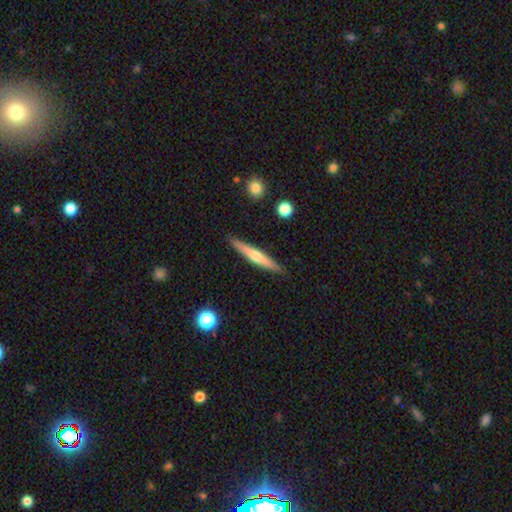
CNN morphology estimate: smooth_or_featured: featured or disk (p=0.50) [alt: smooth p=0.44]
disk_edge_on: yes (p=0.96) [alt: no p=0.04]
merging: none (p=0.90) [alt: minor disturbance p=0.07]